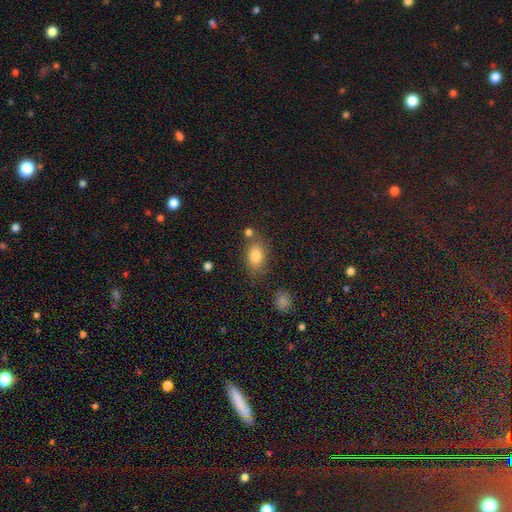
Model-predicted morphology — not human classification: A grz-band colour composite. It shows a smooth galaxy with no disk features (82%) that is in between round and cigar-shaped (81%). Merging: none (70%).